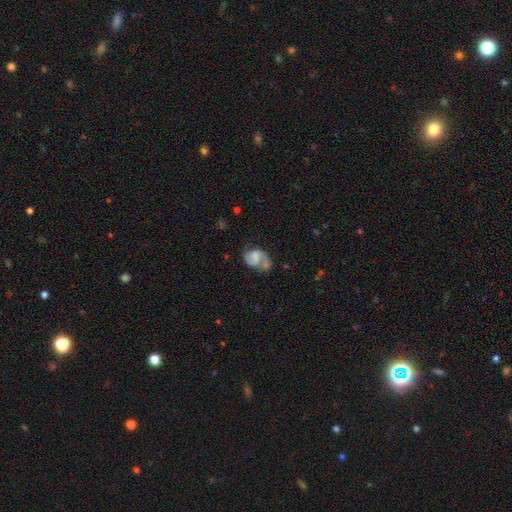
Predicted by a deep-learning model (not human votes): Morphology: type=featured or disk (69%); edge-on=no (98%); bar=no (50%); spiral arms=yes (91%); winding=medium (46%); arm count=2 (74%); bulge=none (51%); merging=none (49%).